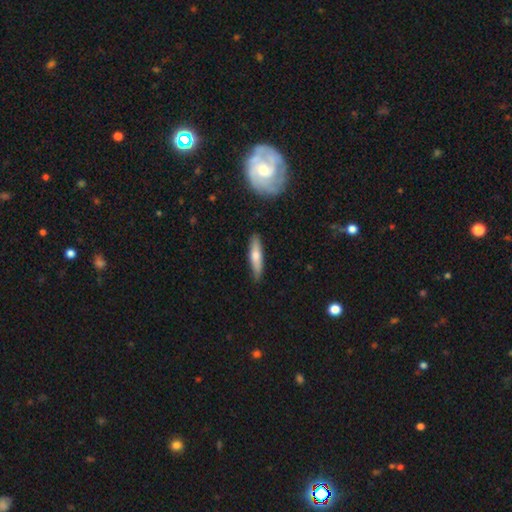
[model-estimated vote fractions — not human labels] Overall: smooth (51%; featured or disk 43%). How rounded: cigar-shaped (82%). Merging: none (86%).